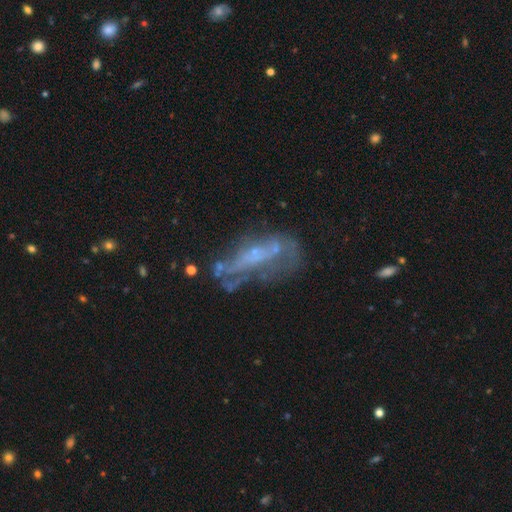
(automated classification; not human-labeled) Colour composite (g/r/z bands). It shows a featured or disk galaxy (62%) with no bar (72%), no spiral arms (71%) and no central bulge (43%). Merging: none (35%).